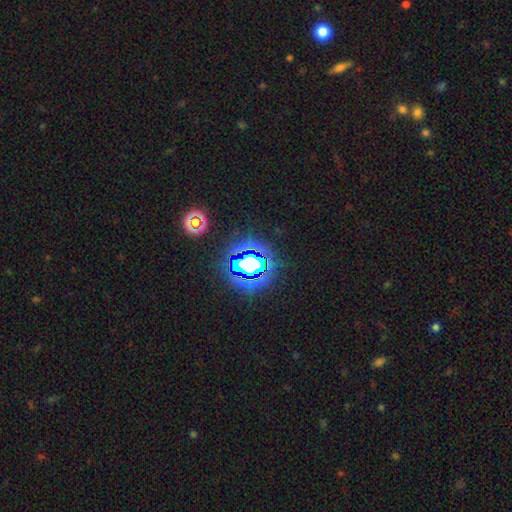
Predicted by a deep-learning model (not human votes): A star or artifact, not a galaxy (63%).

Vote fractions:
- Smooth or featured? star or artifact: 63% / smooth: 23% / featured or disk: 14%